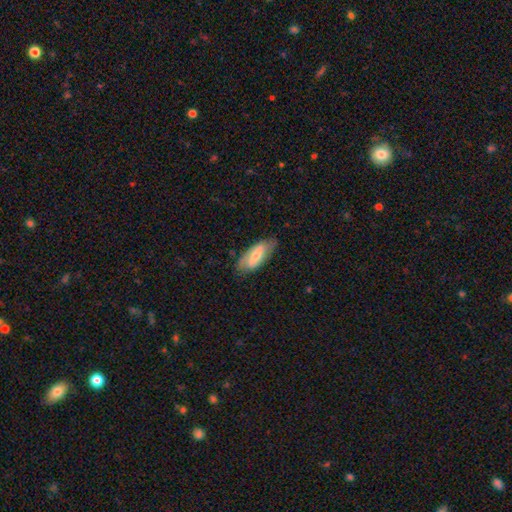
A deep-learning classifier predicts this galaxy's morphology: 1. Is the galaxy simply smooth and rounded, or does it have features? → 48% smooth, 46% featured or disk, 6% star or artifact.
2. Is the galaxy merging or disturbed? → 76% none, 18% minor disturbance, 5% major disturbance, 1% merger.